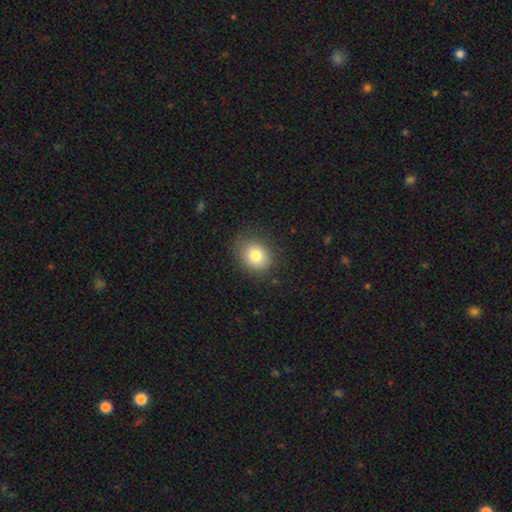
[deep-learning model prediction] Morphology: type=smooth (80%); roundness=round (64%); merging=none (81%).